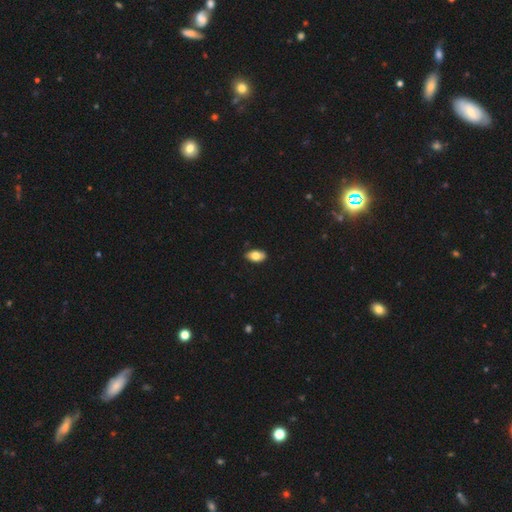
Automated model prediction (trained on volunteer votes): Smooth or featured? smooth (78%)
How rounded? in between (93%)
Merging? none (85%)